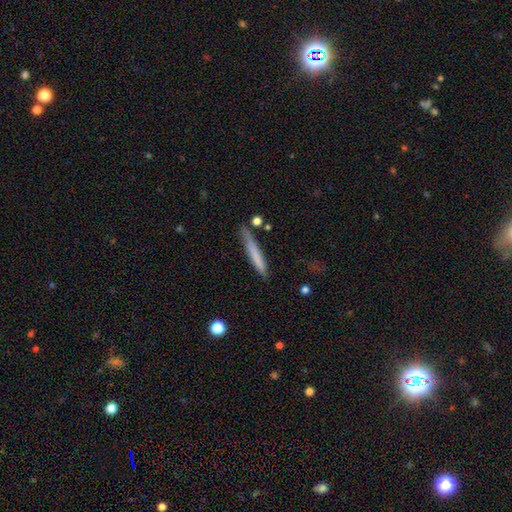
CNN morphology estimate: This is likely a smooth galaxy (69%). How rounded: clearly cigar-shaped (95%). Merging: likely none (78%).